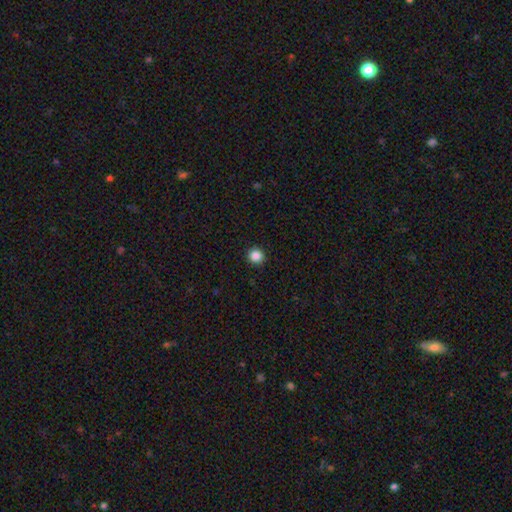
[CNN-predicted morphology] This appears to be a smooth galaxy with no disk features (87%) that is round (95%). Merging: none (93%).